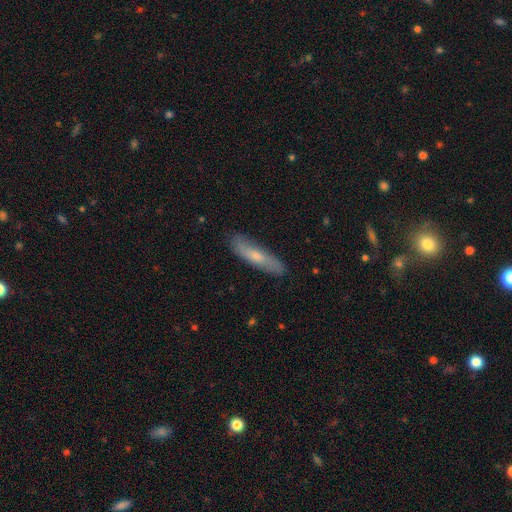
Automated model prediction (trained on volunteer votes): A smooth galaxy with no disk features (56%) that is cigar-shaped (77%). Merging: none (84%).